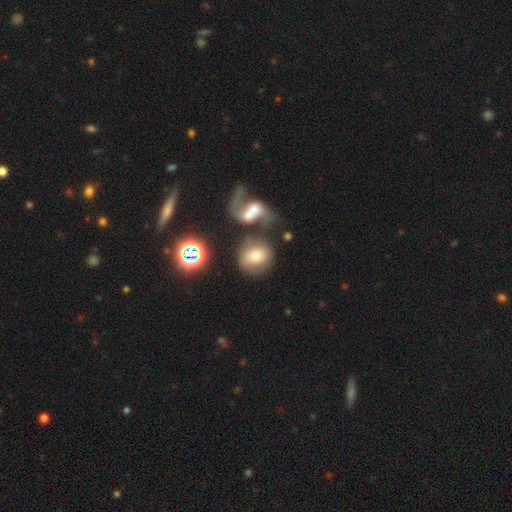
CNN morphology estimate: type=smooth (59%); roundness=round (70%); merging=none (47%).